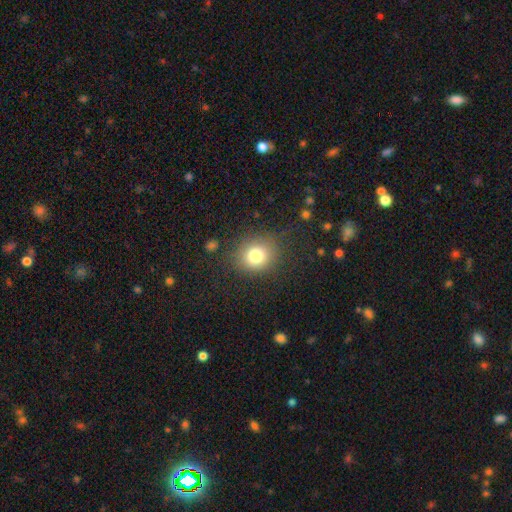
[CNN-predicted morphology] Smooth or featured? smooth (78%)
How rounded? round (76%)
Merging? none (81%)